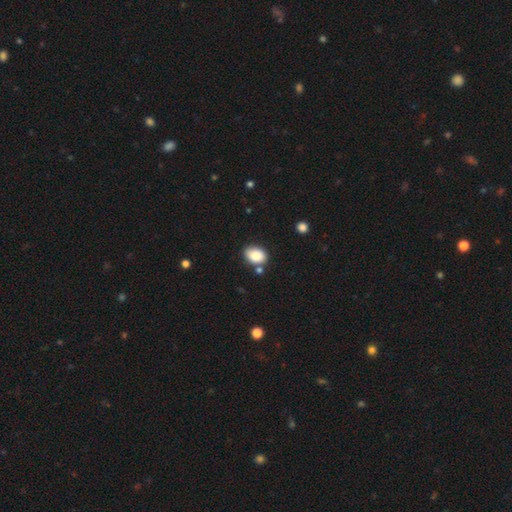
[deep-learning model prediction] Smooth or featured: smooth — 86% (star or artifact — 8%)
How rounded: in between — 76% (round — 23%)
Merging: none — 73% (minor disturbance — 15%)